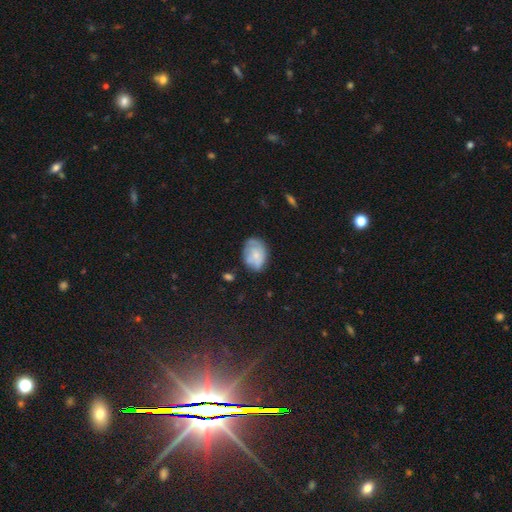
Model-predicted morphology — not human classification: A smooth galaxy with no disk features (56%) that is in between round and cigar-shaped (74%).

Vote fractions:
- Smooth or featured? smooth: 56% / featured or disk: 36% / star or artifact: 8%
- How rounded? in between: 74% / round: 25% / cigar-shaped: 1%
- Merging? none: 56% / minor disturbance: 30% / major disturbance: 10% / merger: 4%